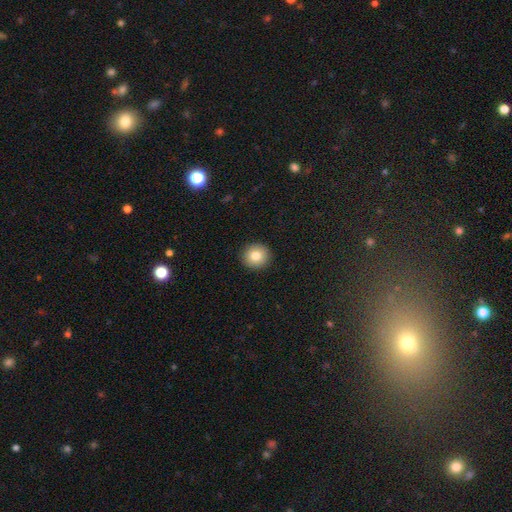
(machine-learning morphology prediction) Smooth or featured: smooth — 81% (star or artifact — 9%)
How rounded: round — 93% (in between — 6%)
Merging: none — 92% (minor disturbance — 5%)